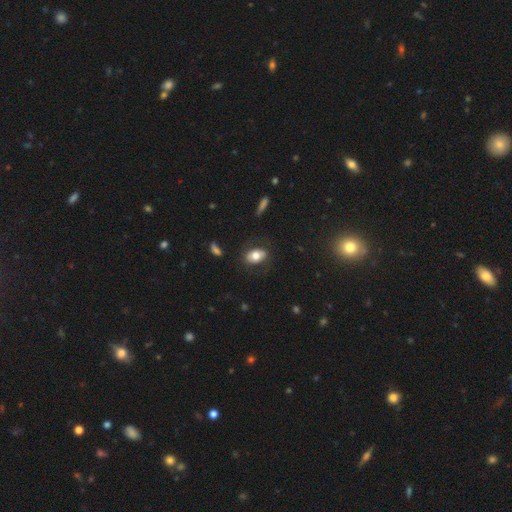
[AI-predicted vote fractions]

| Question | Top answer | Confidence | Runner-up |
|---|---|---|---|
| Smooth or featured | smooth | 71% | featured or disk (21%) |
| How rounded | in between | 86% | round (13%) |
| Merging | none | 78% | minor disturbance (13%) |